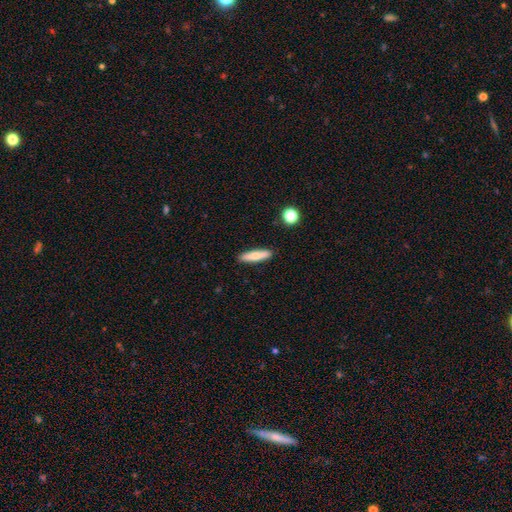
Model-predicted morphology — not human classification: smooth 71%, featured or disk 23%, star or artifact 7%. Down the decision tree: how rounded — cigar-shaped (75%); merging — none (89%).